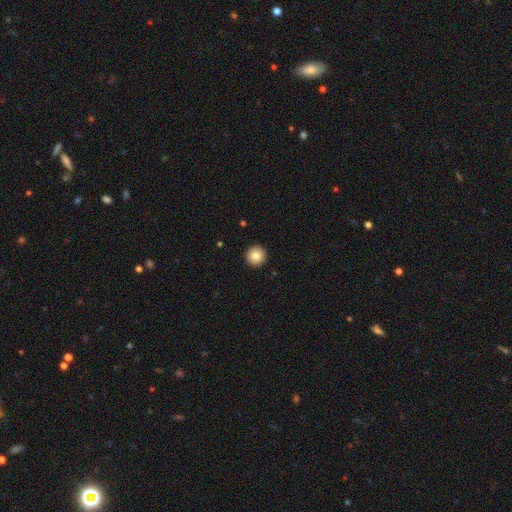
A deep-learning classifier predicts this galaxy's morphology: smooth 83%, star or artifact 9%, featured or disk 8%. Down the decision tree: how rounded — round (96%); merging — none (94%).